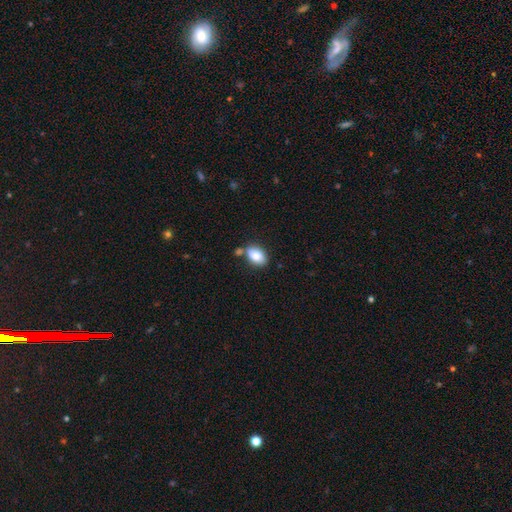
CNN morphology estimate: This is clearly a smooth galaxy (81%). How rounded: clearly in between (88%). Merging: likely none (67%).